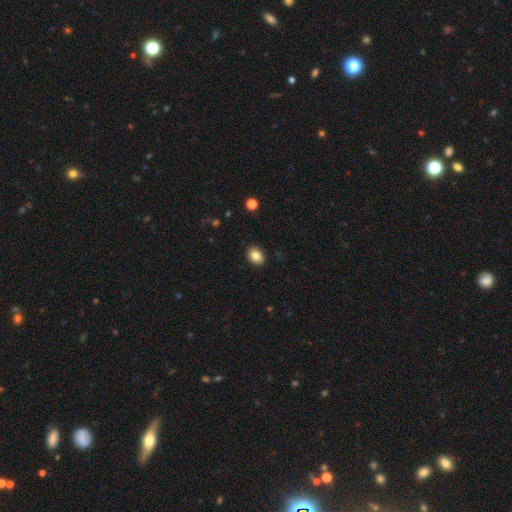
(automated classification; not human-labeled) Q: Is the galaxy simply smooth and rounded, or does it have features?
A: smooth — 83%.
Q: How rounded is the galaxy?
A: in between — 59%.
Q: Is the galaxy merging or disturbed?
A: none — 90%.